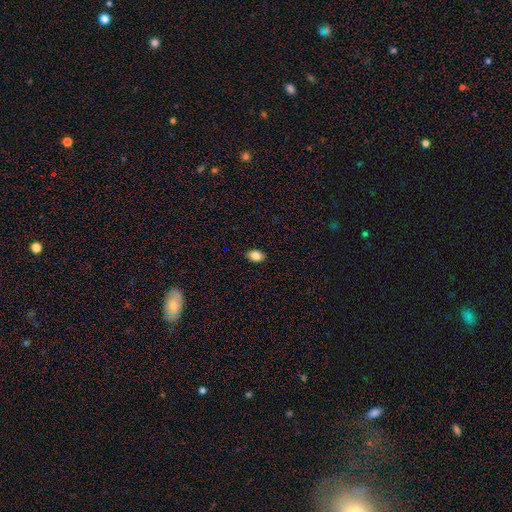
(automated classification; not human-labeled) Smooth or featured: smooth — 85% (star or artifact — 9%)
How rounded: in between — 77% (round — 21%)
Merging: none — 87% (minor disturbance — 10%)